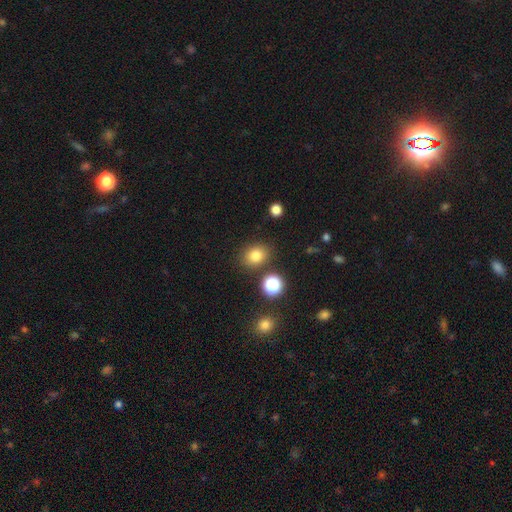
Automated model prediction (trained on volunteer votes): Smooth or featured: smooth — 79% (star or artifact — 14%)
How rounded: round — 52% (in between — 47%)
Merging: none — 82% (minor disturbance — 10%)